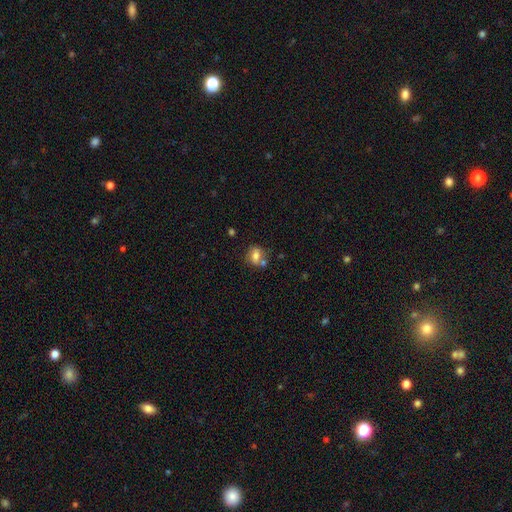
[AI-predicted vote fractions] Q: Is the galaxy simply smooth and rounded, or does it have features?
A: smooth — 68%.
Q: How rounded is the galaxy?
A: in between — 51%.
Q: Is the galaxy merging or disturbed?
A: none — 53%.